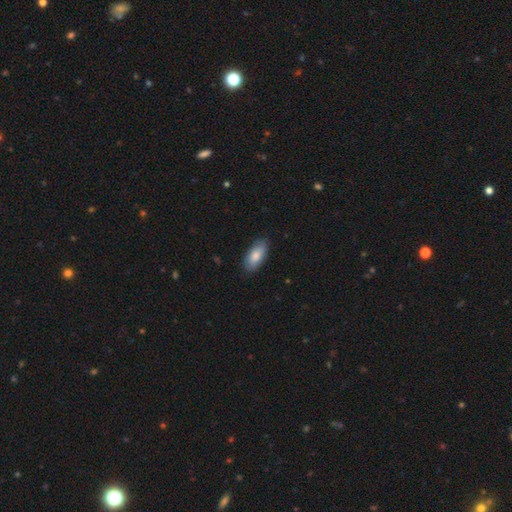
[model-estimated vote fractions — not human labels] Q: Smooth or featured?
A: smooth (81%); runner-up: featured or disk (13%)
Q: How rounded?
A: in between (90%); runner-up: cigar-shaped (8%)
Q: Merging?
A: none (83%); runner-up: minor disturbance (14%)